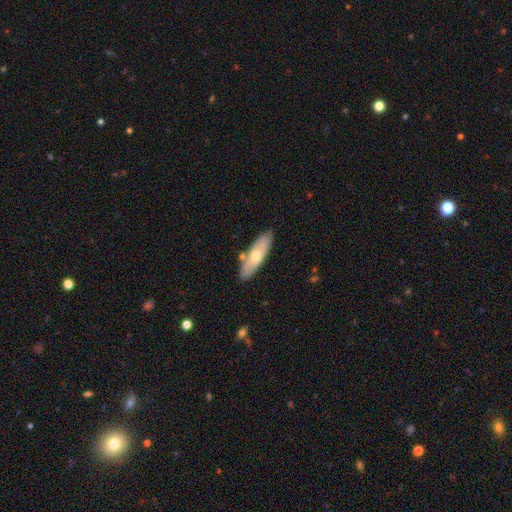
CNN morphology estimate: type=smooth (57%); roundness=cigar-shaped (50%); merging=none (82%).